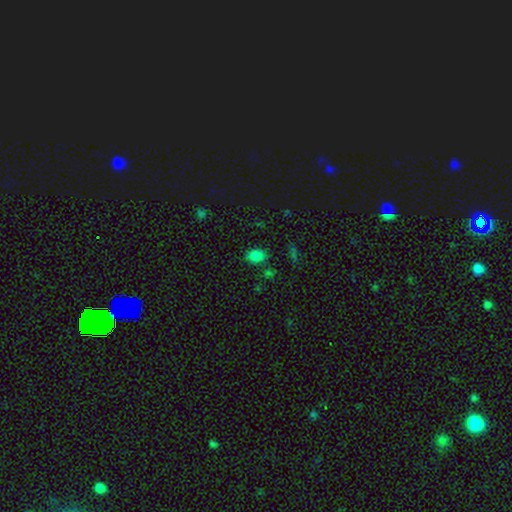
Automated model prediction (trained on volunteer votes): smooth-or-featured: smooth: 81% | star or artifact: 14% | featured or disk: 5%
  how-rounded: in between: 78% | round: 21% | cigar-shaped: 1%
  merging: none: 79% | minor disturbance: 14% | major disturbance: 4% | merger: 3%